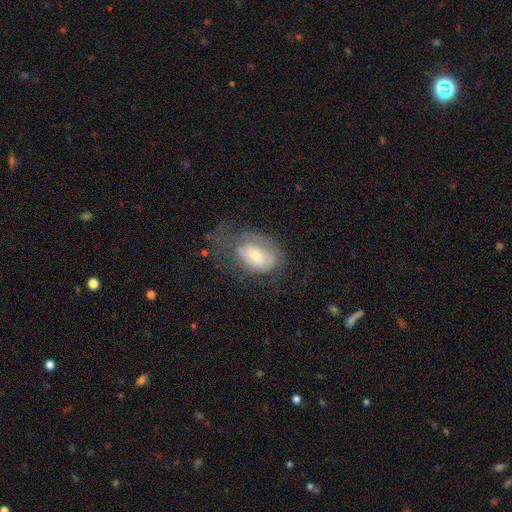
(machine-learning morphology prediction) The model was most divided on "bulge size": moderate: 48%, small: 44%, large: 4%, none: 2%, dominant: 1%. Remaining: edge-on disk — no (94%); spiral arms — yes (56%); smooth or featured — featured or disk (55%); bar — no (52%); merging — major disturbance (38%).